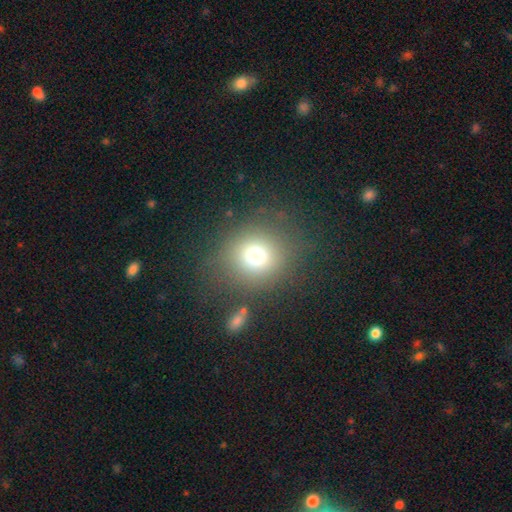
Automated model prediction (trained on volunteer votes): A smooth galaxy with no disk features (72%) that is round (85%). Merging: none (77%).